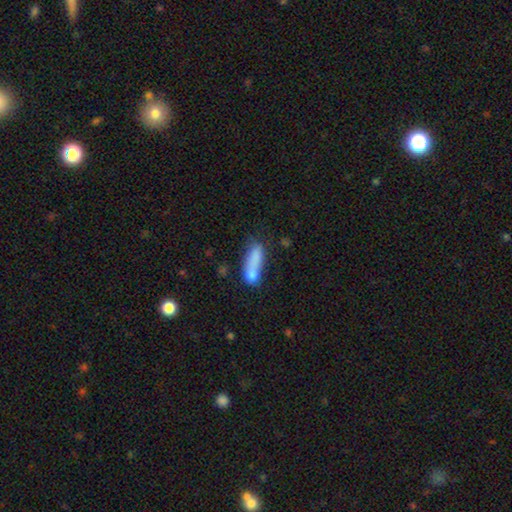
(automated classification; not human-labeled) Q: Smooth or featured?
A: smooth (74%); runner-up: featured or disk (17%)
Q: How rounded?
A: in between (58%); runner-up: cigar-shaped (38%)
Q: Merging?
A: merger (37%); runner-up: none (29%)